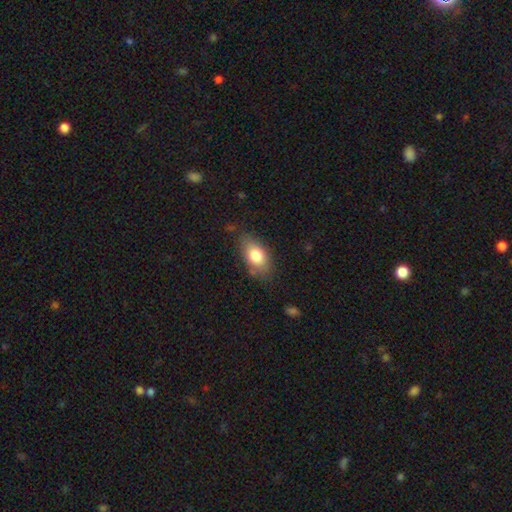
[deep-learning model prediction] This is likely a smooth galaxy (80%). How rounded: clearly in between (90%). Merging: likely none (72%).